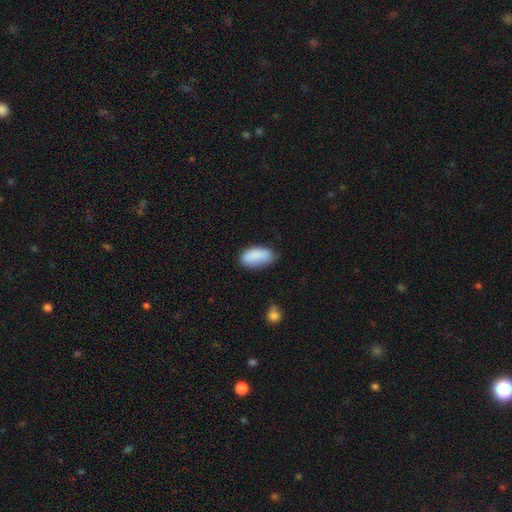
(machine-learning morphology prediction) The model was most divided on "merging": none: 63%, minor disturbance: 28%, major disturbance: 6%, merger: 3%. More confident: how rounded — in between (93%); smooth or featured — smooth (86%).